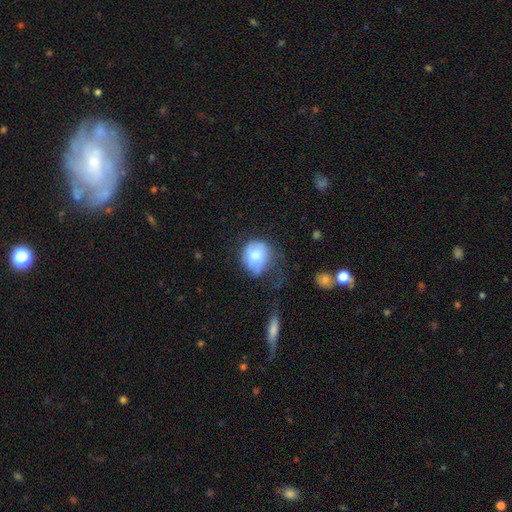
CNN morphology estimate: smooth-or-featured: smooth: 67% | featured or disk: 25% | star or artifact: 8%
  how-rounded: round: 70% | in between: 29% | cigar-shaped: 1%
  merging: none: 35% | minor disturbance: 33% | major disturbance: 29% | merger: 3%